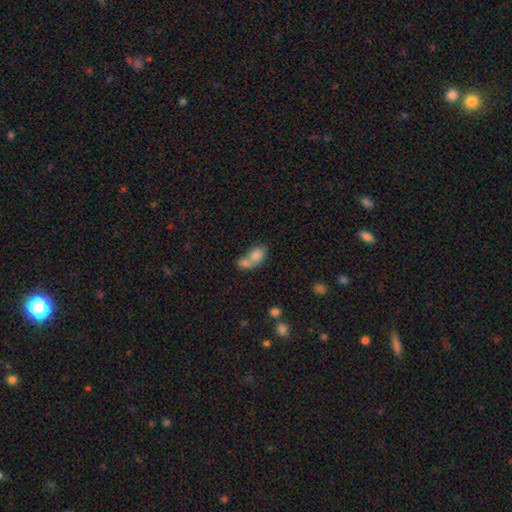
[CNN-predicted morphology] Q: Smooth or featured?
A: smooth (79%); runner-up: featured or disk (13%)
Q: How rounded?
A: in between (79%); runner-up: round (19%)
Q: Merging?
A: merger (66%); runner-up: none (21%)